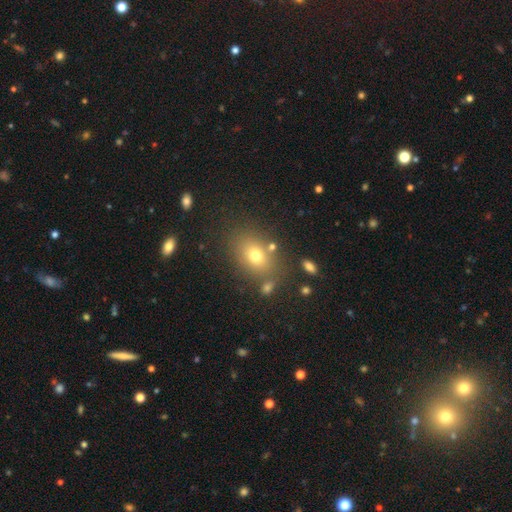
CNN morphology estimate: type=smooth (72%); roundness=in between (65%); merging=none (76%).